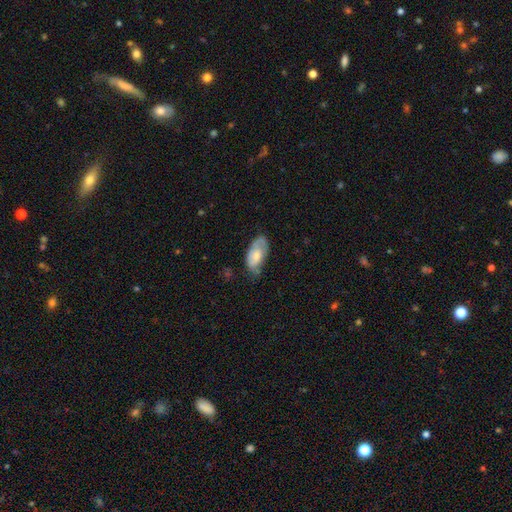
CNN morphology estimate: The model was most divided on "merging": none: 51%, minor disturbance: 35%, major disturbance: 12%, merger: 2%. More confident: how rounded — in between (92%); smooth or featured — smooth (60%).